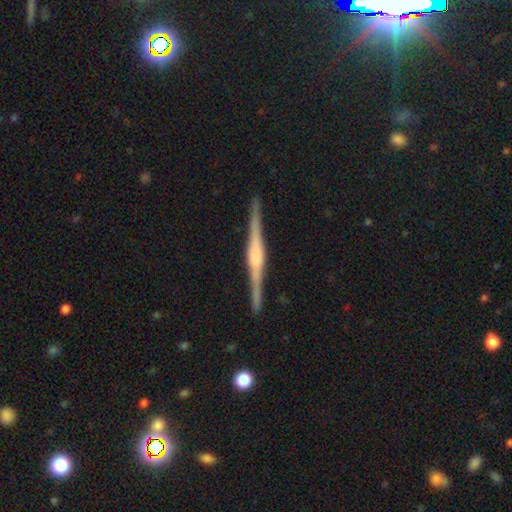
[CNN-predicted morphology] This is clearly a featured or disk galaxy (84%). It is clearly viewed edge-on (98%). Edge-on bulge: possibly rounded (47%). Merging: clearly none (90%).